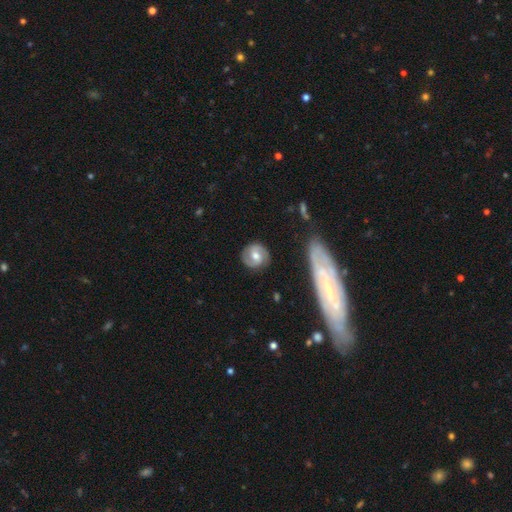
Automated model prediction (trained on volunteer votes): Q: Smooth or featured?
A: featured or disk (66%); runner-up: smooth (28%)
Q: Edge-on disk?
A: no (97%); runner-up: yes (3%)
Q: Bar?
A: weak (44%); runner-up: no (41%)
Q: Spiral arms?
A: yes (89%); runner-up: no (11%)
Q: Spiral winding?
A: medium (44%); runner-up: tight (41%)
Q: Spiral arm count?
A: 2 (89%); runner-up: can't tell (6%)
Q: Bulge size?
A: moderate (72%); runner-up: small (14%)
Q: Merging?
A: none (84%); runner-up: minor disturbance (11%)